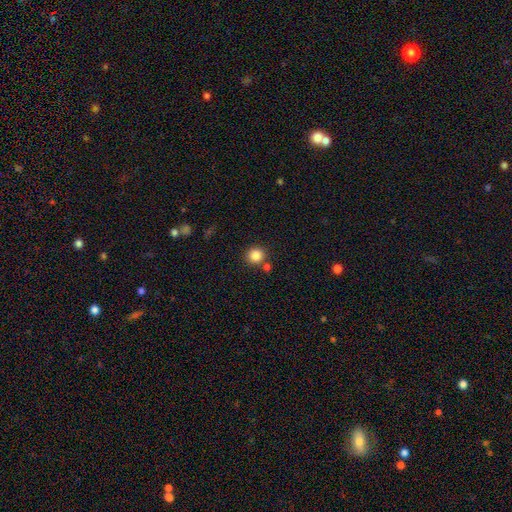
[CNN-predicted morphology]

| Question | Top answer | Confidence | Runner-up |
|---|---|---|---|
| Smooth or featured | smooth | 85% | star or artifact (10%) |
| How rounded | round | 91% | in between (8%) |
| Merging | none | 79% | merger (11%) |